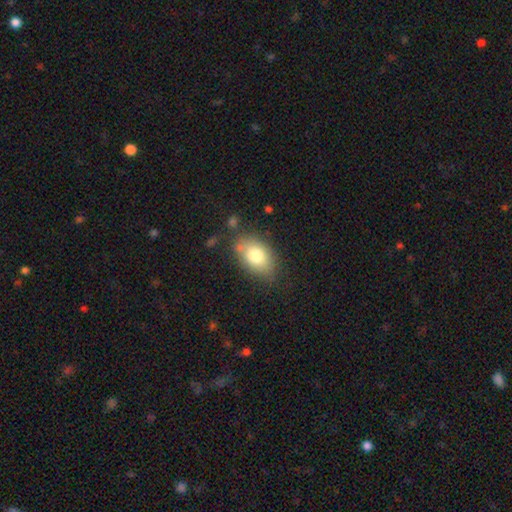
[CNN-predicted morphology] Smooth or featured? smooth (76%)
How rounded? in between (87%)
Merging? none (71%)